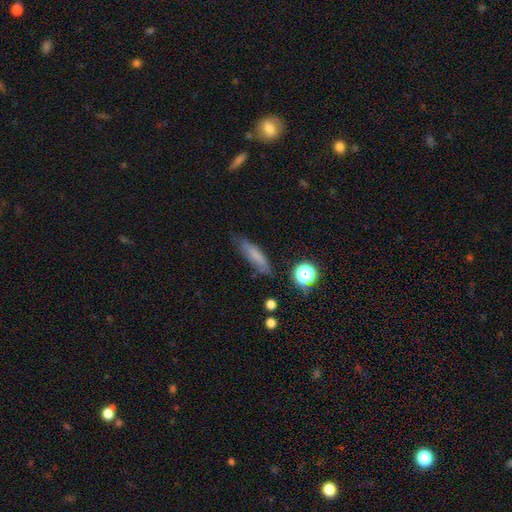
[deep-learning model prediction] Smooth or featured: smooth — 65% (featured or disk — 22%)
How rounded: cigar-shaped — 64% (in between — 32%)
Merging: none — 70% (minor disturbance — 21%)